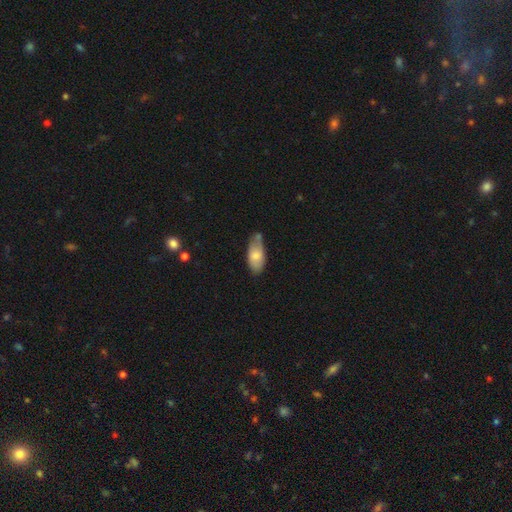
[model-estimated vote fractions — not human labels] smooth-or-featured: smooth: 71% | featured or disk: 23% | star or artifact: 6%
  how-rounded: in between: 89% | cigar-shaped: 8% | round: 2%
  merging: none: 51% | minor disturbance: 34% | merger: 9% | major disturbance: 7%